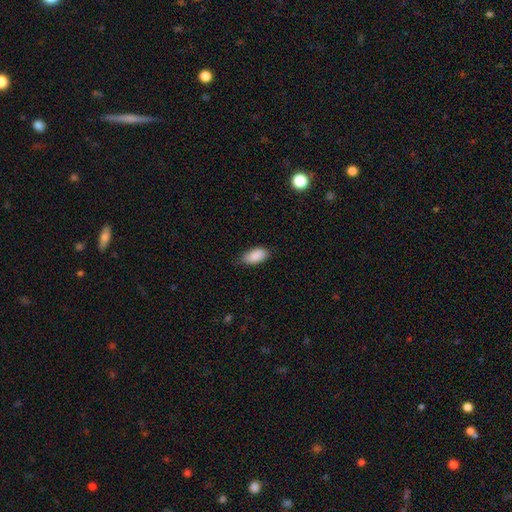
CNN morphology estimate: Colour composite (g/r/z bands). It shows a smooth galaxy with no disk features (89%) that is in between round and cigar-shaped (93%). Merging: none (72%).